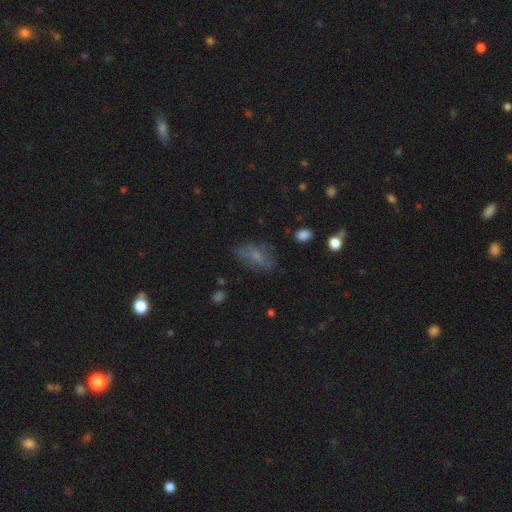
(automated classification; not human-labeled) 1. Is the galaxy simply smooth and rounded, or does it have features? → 55% smooth, 28% featured or disk, 17% star or artifact.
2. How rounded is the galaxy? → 83% in between, 9% cigar-shaped, 9% round.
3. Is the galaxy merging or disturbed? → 59% none, 23% minor disturbance, 15% major disturbance, 3% merger.